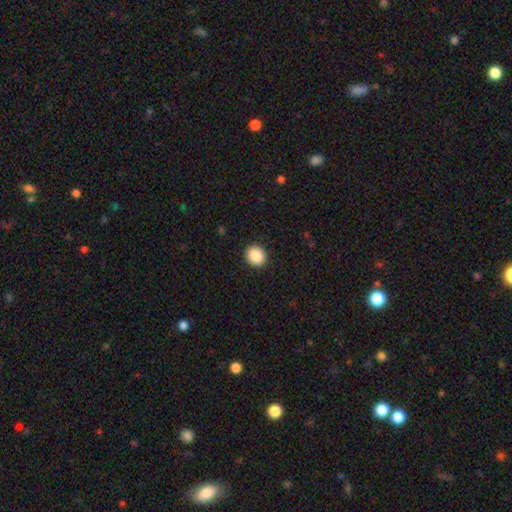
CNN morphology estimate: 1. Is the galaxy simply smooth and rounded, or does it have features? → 89% smooth, 8% star or artifact, 3% featured or disk.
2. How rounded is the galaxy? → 76% round, 23% in between, 1% cigar-shaped.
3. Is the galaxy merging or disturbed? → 92% none, 5% minor disturbance, 2% major disturbance, 1% merger.